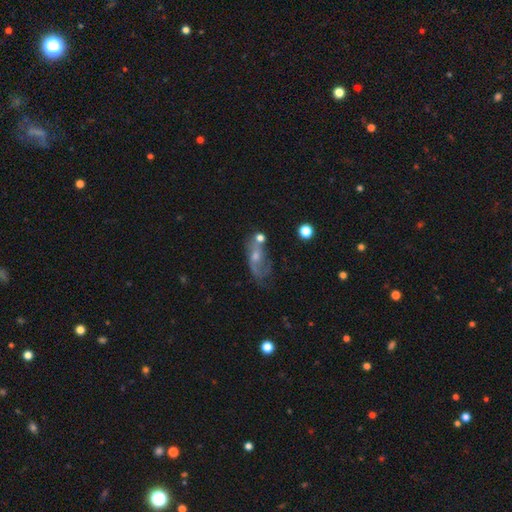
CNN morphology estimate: featured or disk 55%, smooth 29%, star or artifact 15%. Down the decision tree: edge-on disk — no (86%); merging — none (38%).